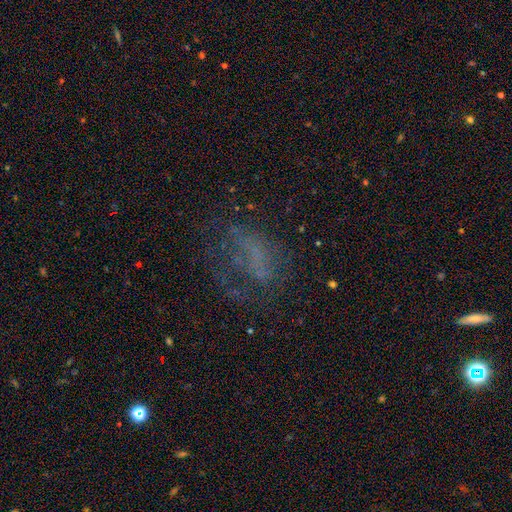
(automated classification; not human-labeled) smooth-or-featured: featured or disk: 39% | smooth: 31% | star or artifact: 30%
  merging: none: 46% | major disturbance: 33% | minor disturbance: 19% | merger: 3%